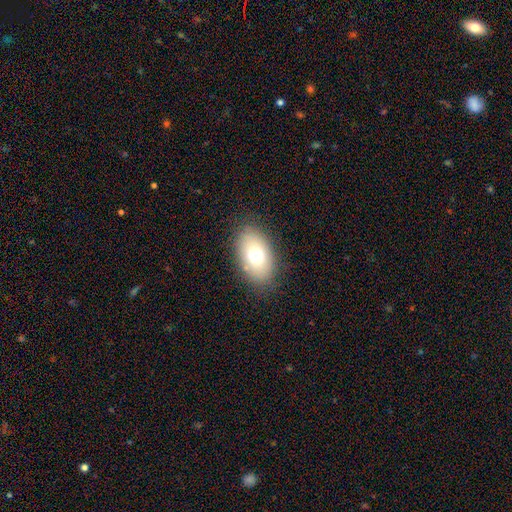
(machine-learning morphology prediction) Q: Smooth or featured?
A: smooth (71%); runner-up: featured or disk (18%)
Q: How rounded?
A: in between (88%); runner-up: round (11%)
Q: Merging?
A: none (84%); runner-up: minor disturbance (11%)